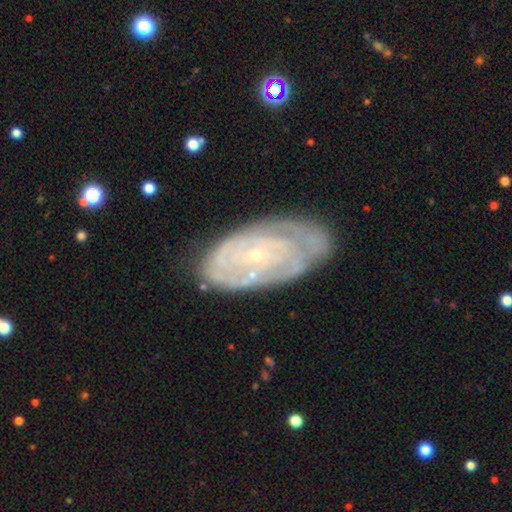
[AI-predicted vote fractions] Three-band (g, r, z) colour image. It shows a featured or disk galaxy (78%) with no bar (73%), tight (76%) spiral arms (83%) and a small central bulge (85%). Merging: none (70%).